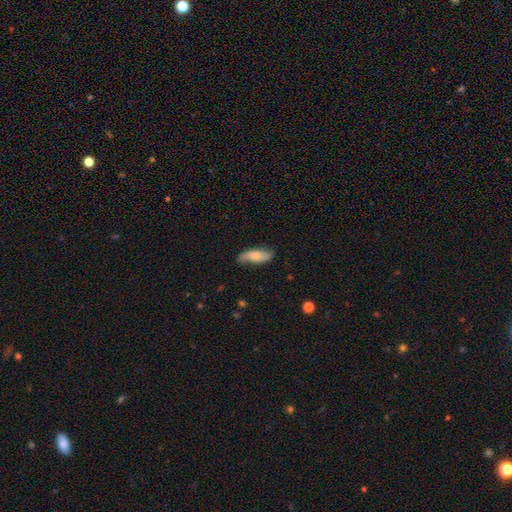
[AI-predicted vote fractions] smooth_or_featured: smooth (p=0.63) [alt: featured or disk p=0.31]
how_rounded: in between (p=0.64) [alt: cigar-shaped p=0.34]
merging: none (p=0.73) [alt: minor disturbance p=0.21]